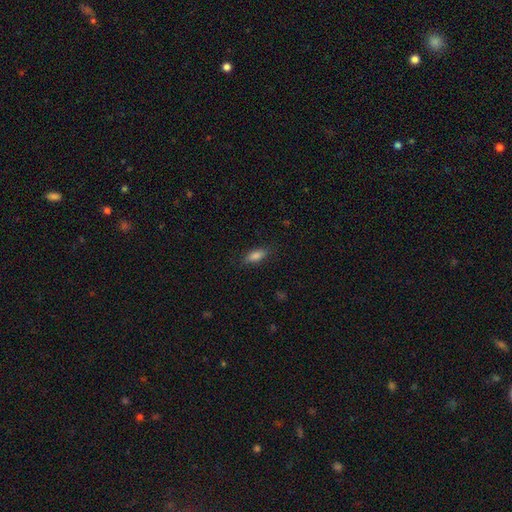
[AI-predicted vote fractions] smooth-or-featured: smooth: 83% | featured or disk: 9% | star or artifact: 8%
  how-rounded: in between: 74% | cigar-shaped: 23% | round: 3%
  merging: none: 83% | minor disturbance: 12% | major disturbance: 3% | merger: 1%